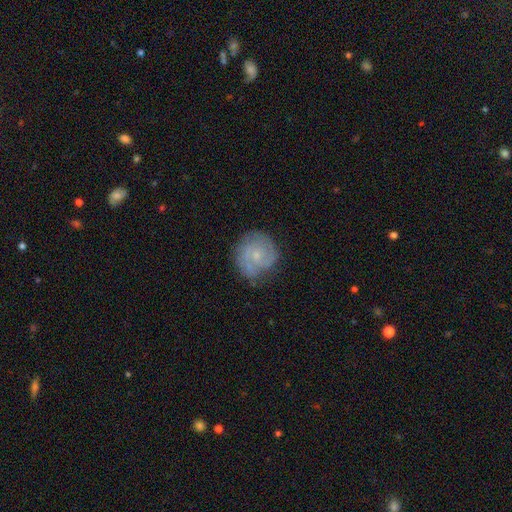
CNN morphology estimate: smooth-or-featured: featured or disk: 68% | smooth: 26% | star or artifact: 7%
  disk-edge-on: no: 98% | yes: 2%
    bar: no: 71% | weak: 26% | strong: 3%
    has-spiral-arms: yes: 89% | no: 11%
      spiral-winding: tight: 57% | medium: 33% | loose: 10%
      spiral-arm-count: 2: 42% | can't tell: 29% | 3: 16% | 1: 5% | 4: 4% | more than 4: 4%
    bulge-size: small: 71% | moderate: 21% | none: 6% | large: 1% | dominant: 1%
  merging: none: 70% | minor disturbance: 21% | major disturbance: 7% | merger: 2%